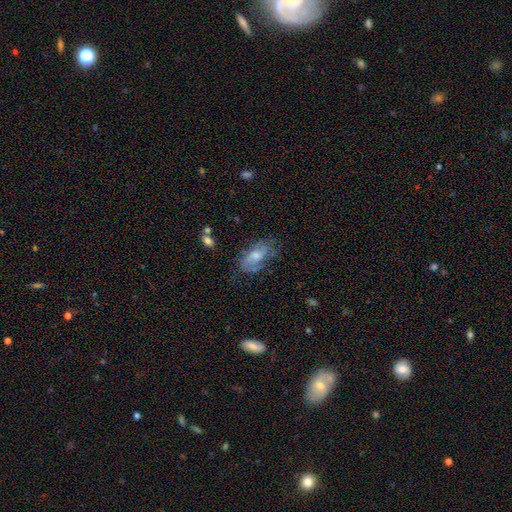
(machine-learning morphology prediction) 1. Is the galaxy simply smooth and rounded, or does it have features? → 53% featured or disk, 38% smooth, 8% star or artifact.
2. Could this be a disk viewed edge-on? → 92% no, 8% yes.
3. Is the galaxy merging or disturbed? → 53% none, 28% minor disturbance, 17% major disturbance, 3% merger.